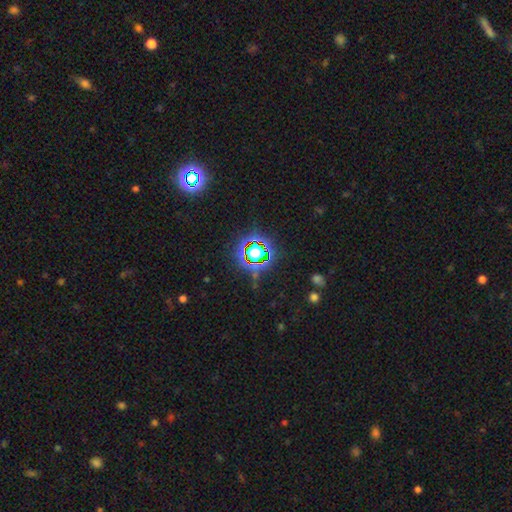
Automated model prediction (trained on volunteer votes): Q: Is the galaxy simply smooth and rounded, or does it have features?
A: star or artifact — 74%.